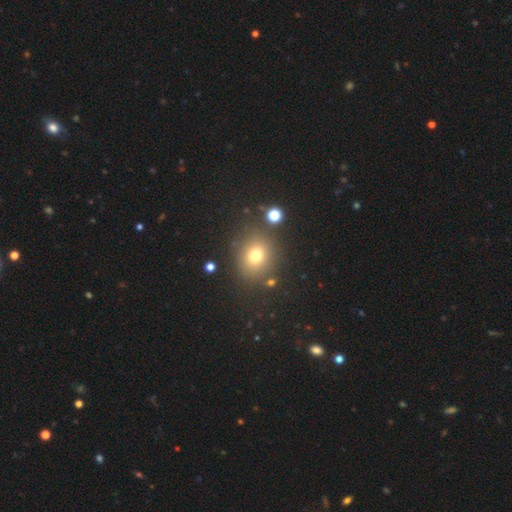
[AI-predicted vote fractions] Smooth or featured? smooth (72%)
How rounded? round (74%)
Merging? none (82%)